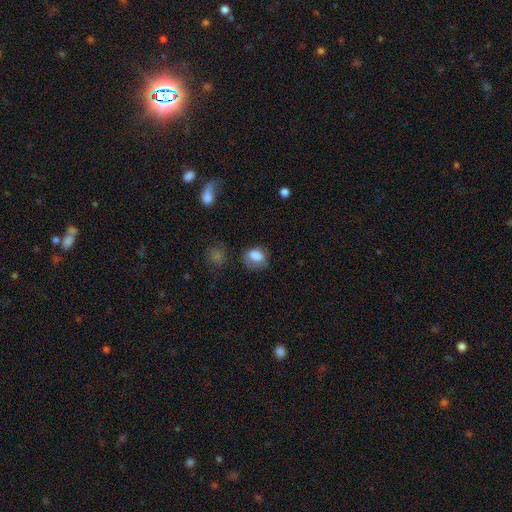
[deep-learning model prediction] Smooth or featured: smooth — 82% (star or artifact — 9%)
How rounded: in between — 56% (round — 43%)
Merging: none — 56% (minor disturbance — 28%)